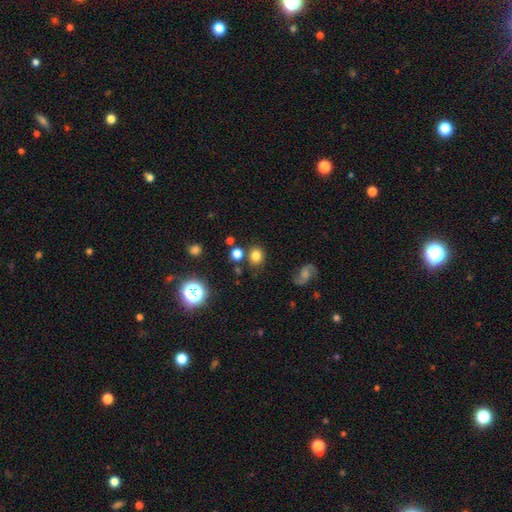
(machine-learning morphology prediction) smooth 77%, star or artifact 14%, featured or disk 9%. Down the decision tree: how rounded — round (77%); merging — none (80%).